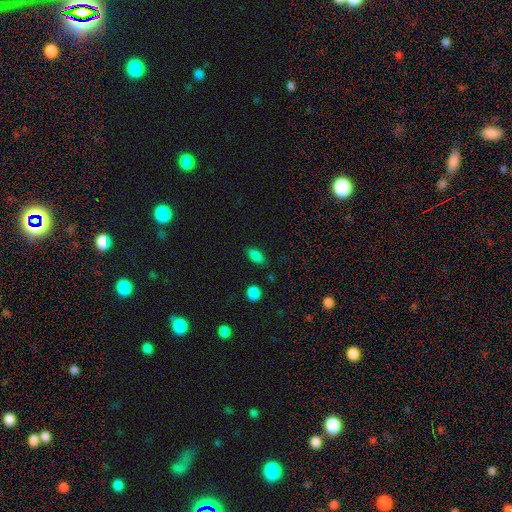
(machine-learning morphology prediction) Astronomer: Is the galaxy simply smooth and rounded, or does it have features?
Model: smooth — 84%.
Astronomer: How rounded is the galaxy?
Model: in between — 88%.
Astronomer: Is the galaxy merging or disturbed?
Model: none — 81%.